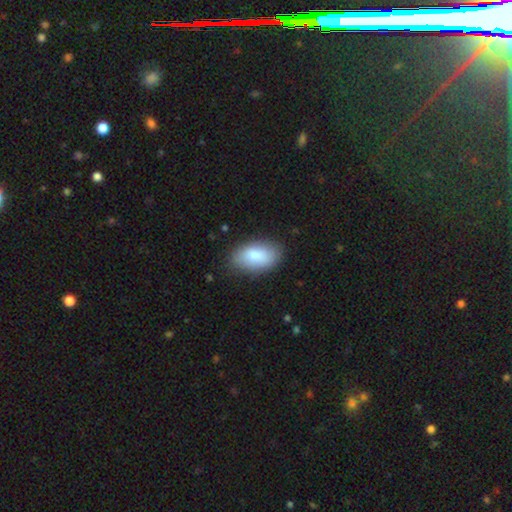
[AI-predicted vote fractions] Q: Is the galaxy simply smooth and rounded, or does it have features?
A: smooth — 84%.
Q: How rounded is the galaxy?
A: in between — 94%.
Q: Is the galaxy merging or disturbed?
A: none — 79%.